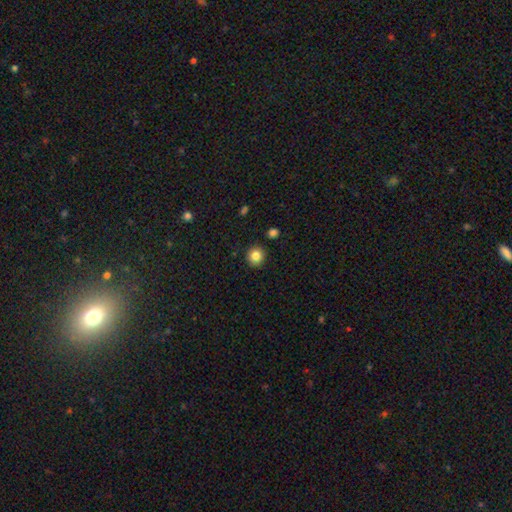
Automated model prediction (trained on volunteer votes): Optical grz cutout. It shows a smooth galaxy with no disk features (84%) that is round (92%). Merging: none (90%).